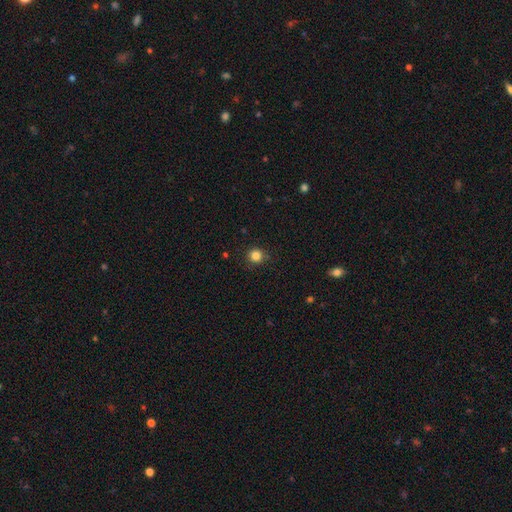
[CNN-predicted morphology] smooth-or-featured: smooth: 84% | star or artifact: 12% | featured or disk: 4%
  how-rounded: round: 93% | in between: 6% | cigar-shaped: 1%
  merging: none: 88% | minor disturbance: 9% | major disturbance: 2% | merger: 1%